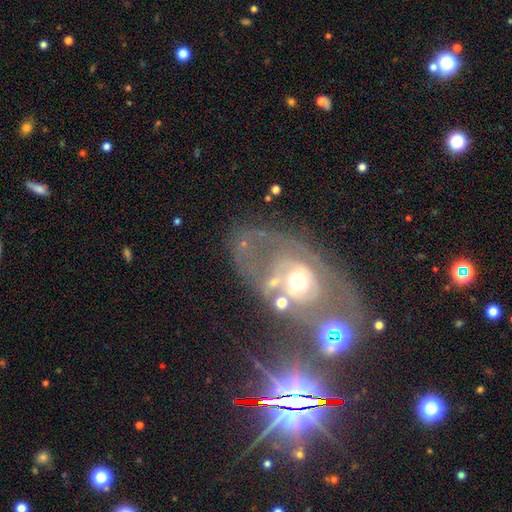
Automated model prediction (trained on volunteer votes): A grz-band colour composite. It shows a featured or disk galaxy (66%) with no bar (72%), spiral arms (62%) and a moderate central bulge (48%). Merging: none (56%).